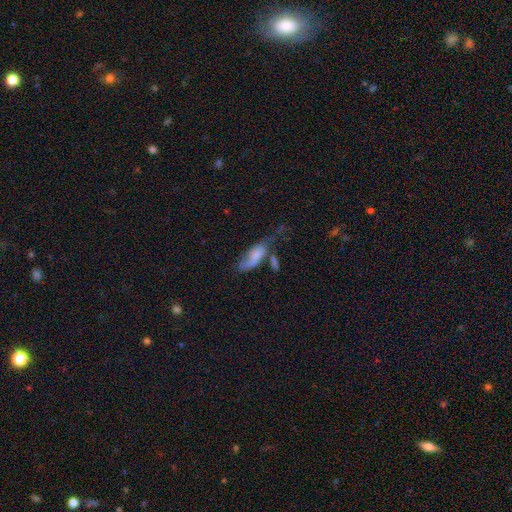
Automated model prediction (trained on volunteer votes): Q: Smooth or featured?
A: smooth (62%); runner-up: featured or disk (31%)
Q: How rounded?
A: in between (79%); runner-up: cigar-shaped (18%)
Q: Merging?
A: none (28%); runner-up: minor disturbance (26%)